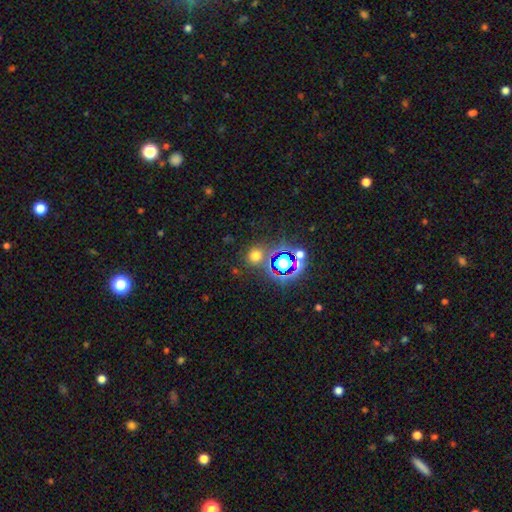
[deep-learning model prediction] Smooth or featured? smooth (61%)
How rounded? round (86%)
Merging? none (78%)